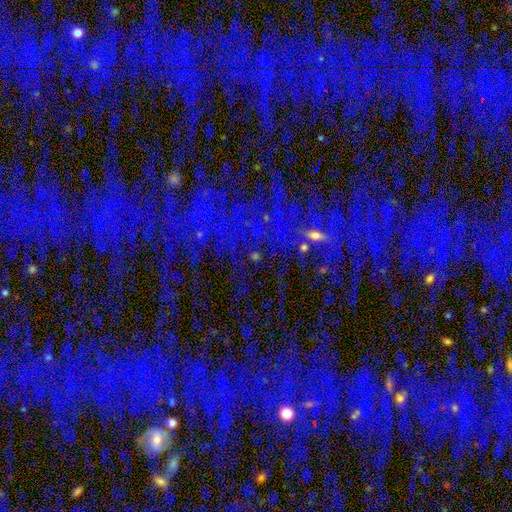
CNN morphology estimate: Overall: star or artifact (68%).